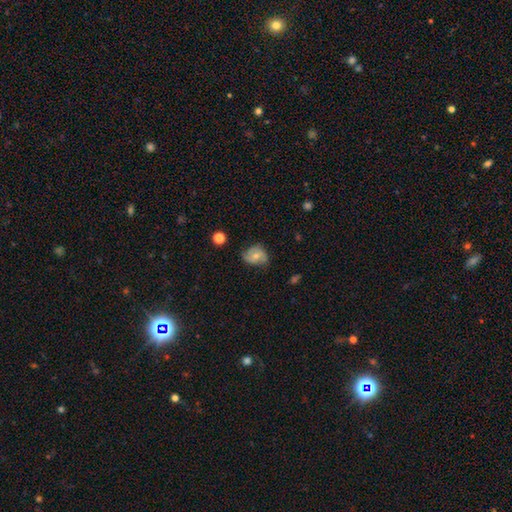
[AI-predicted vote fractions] Smooth or featured: featured or disk — 47% (smooth — 44%)
Merging: none — 56% (minor disturbance — 33%)